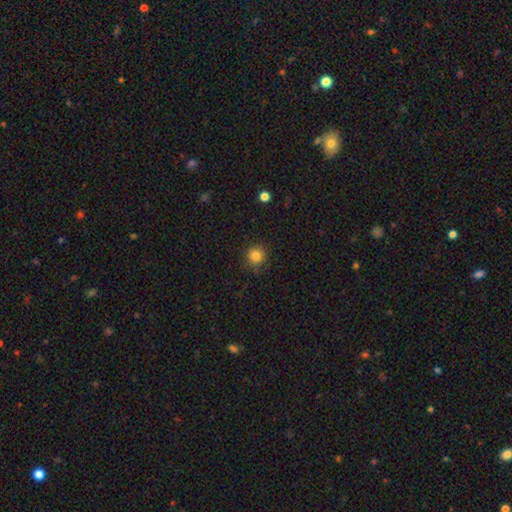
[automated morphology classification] smooth 82%, star or artifact 12%, featured or disk 5%. Down the decision tree: how rounded — round (92%); merging — none (85%).